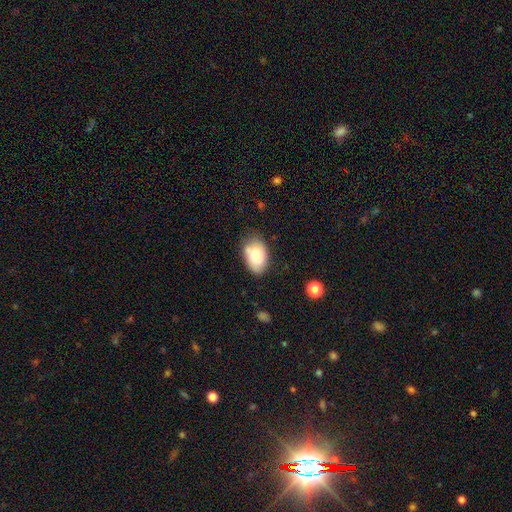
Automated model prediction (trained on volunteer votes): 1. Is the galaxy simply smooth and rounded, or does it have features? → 79% smooth, 13% featured or disk, 8% star or artifact.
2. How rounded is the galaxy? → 86% in between, 12% round, 1% cigar-shaped.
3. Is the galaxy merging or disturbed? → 67% none, 24% minor disturbance, 5% major disturbance, 4% merger.